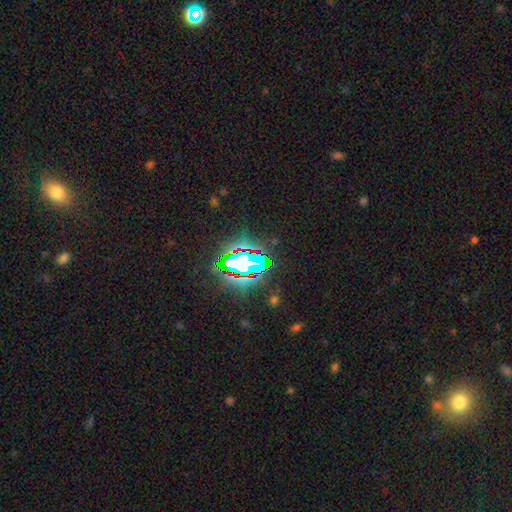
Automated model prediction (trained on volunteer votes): A star or artifact, not a galaxy (77%).